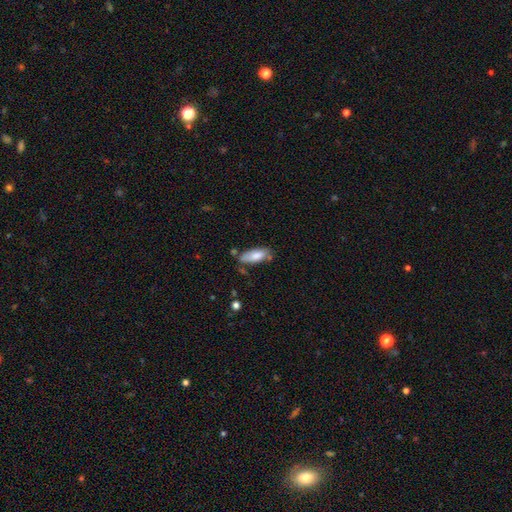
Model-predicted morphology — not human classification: This is clearly a smooth galaxy (80%). How rounded: likely in between (76%). Merging: likely none (63%).